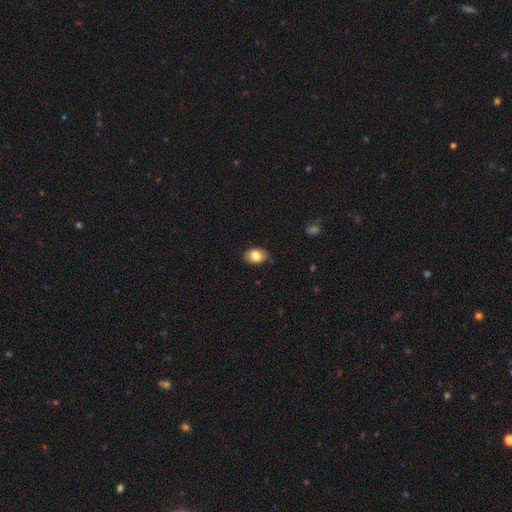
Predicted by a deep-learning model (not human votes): Smooth or featured?
  - smooth: 82% *
  - featured or disk: 10%
  - star or artifact: 8%
How rounded?
  - in between: 77% *
  - round: 22%
  - cigar-shaped: 1%
Merging?
  - none: 81% *
  - minor disturbance: 16%
  - major disturbance: 2%
  - merger: 1%